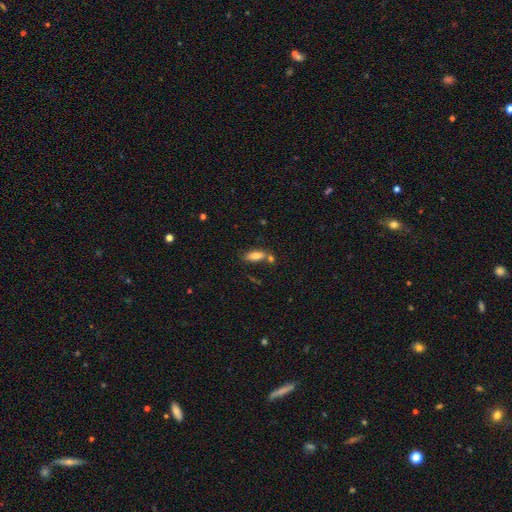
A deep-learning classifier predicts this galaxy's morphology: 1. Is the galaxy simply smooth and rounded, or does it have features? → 81% smooth, 11% featured or disk, 8% star or artifact.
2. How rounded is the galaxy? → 71% in between, 27% cigar-shaped, 2% round.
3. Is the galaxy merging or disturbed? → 60% none, 22% merger, 14% minor disturbance, 4% major disturbance.